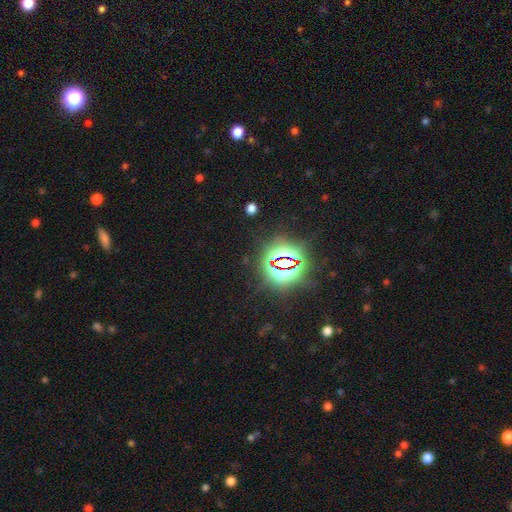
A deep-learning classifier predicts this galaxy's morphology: star or artifact 85%, smooth 9%, featured or disk 6%.